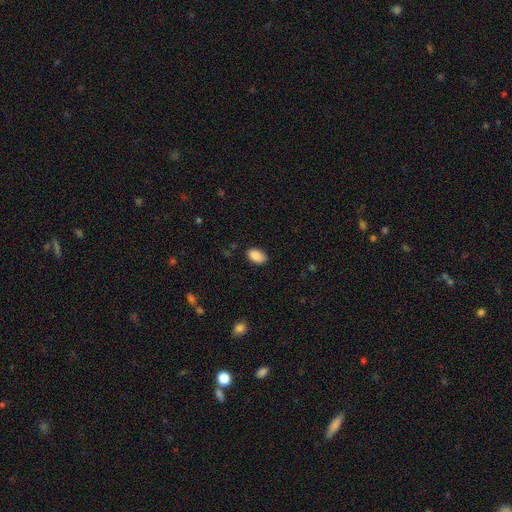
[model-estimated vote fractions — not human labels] Smooth or featured?
  - smooth: 89% *
  - star or artifact: 7%
  - featured or disk: 4%
How rounded?
  - in between: 93% *
  - round: 6%
  - cigar-shaped: 1%
Merging?
  - none: 85% *
  - minor disturbance: 11%
  - major disturbance: 2%
  - merger: 1%